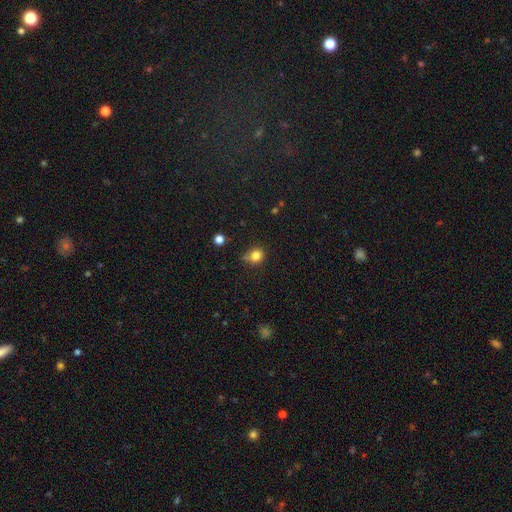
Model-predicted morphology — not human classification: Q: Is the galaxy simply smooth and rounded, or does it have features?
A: smooth — 81%.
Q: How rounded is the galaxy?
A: round — 78%.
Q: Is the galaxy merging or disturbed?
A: none — 62%.